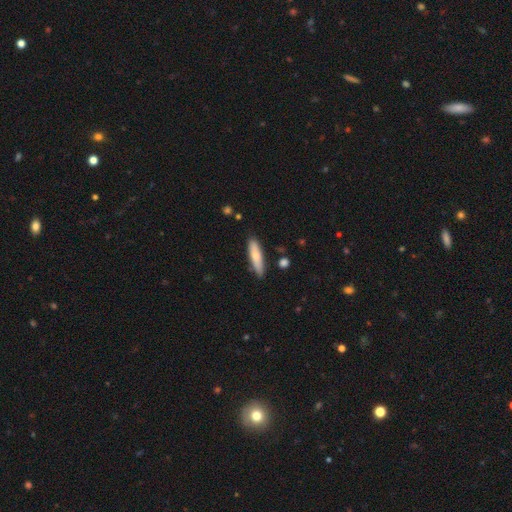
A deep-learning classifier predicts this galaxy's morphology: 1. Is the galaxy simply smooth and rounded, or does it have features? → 74% smooth, 21% featured or disk, 6% star or artifact.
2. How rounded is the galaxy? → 73% cigar-shaped, 26% in between, 2% round.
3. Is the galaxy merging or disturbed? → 83% none, 12% minor disturbance, 2% merger, 2% major disturbance.